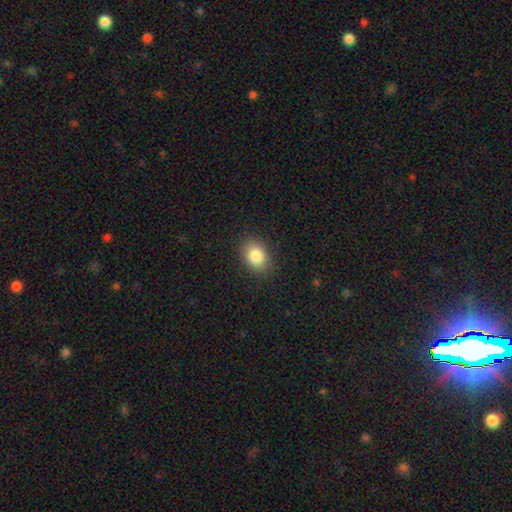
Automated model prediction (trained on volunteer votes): This is clearly a smooth galaxy (84%). How rounded: likely in between (69%). Merging: clearly none (87%).